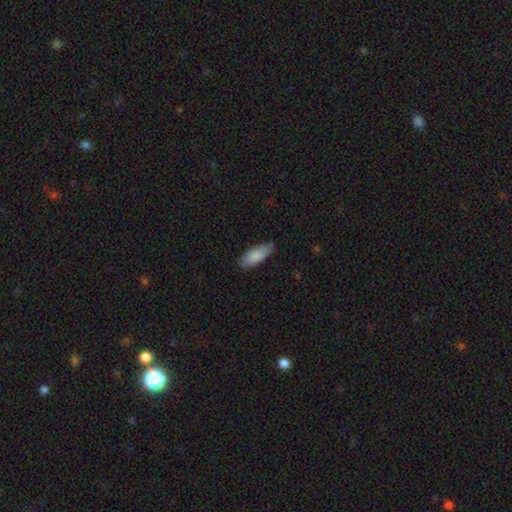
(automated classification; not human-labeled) Smooth or featured? Predicted: smooth (p=0.85). How rounded? Predicted: in between (p=0.70). Merging? Predicted: none (p=0.82).